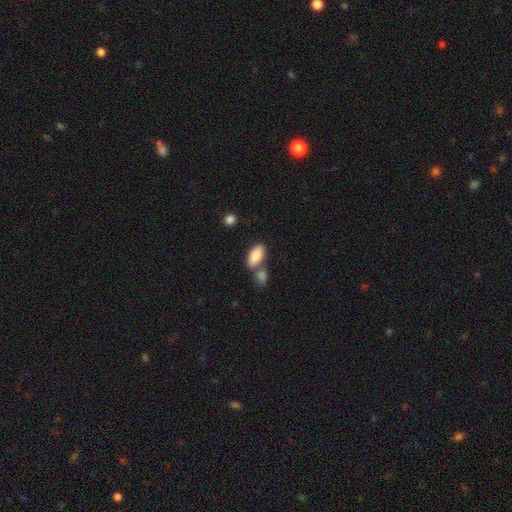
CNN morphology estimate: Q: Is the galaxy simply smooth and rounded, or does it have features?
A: smooth — 87%.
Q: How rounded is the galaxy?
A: in between — 91%.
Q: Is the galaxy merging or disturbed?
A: none — 51%.